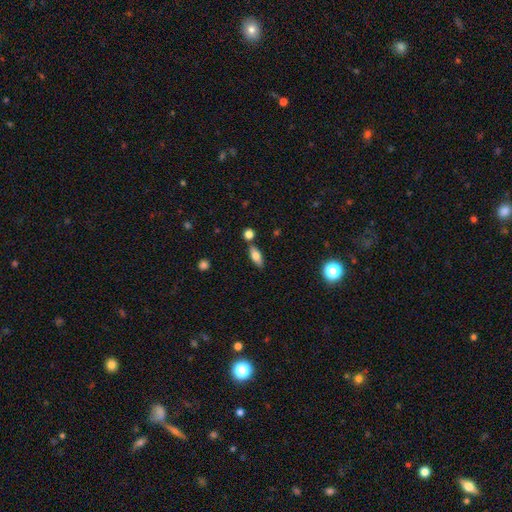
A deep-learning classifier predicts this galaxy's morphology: The model was most divided on "smooth or featured": smooth: 70%, featured or disk: 22%, star or artifact: 8%. More confident: merging — none (77%); how rounded — in between (76%).